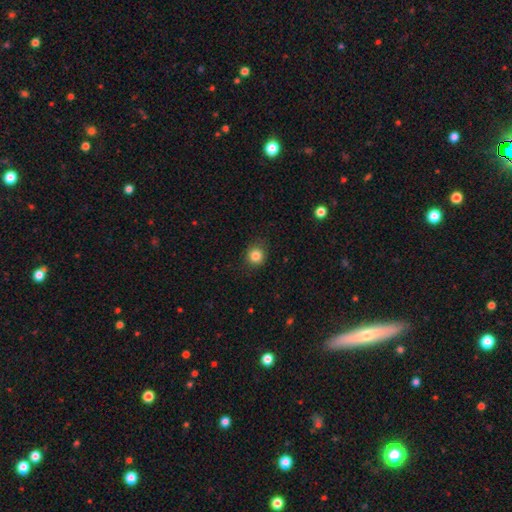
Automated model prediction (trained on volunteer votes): A smooth galaxy with no disk features (84%) that is round (91%). Merging: none (86%).